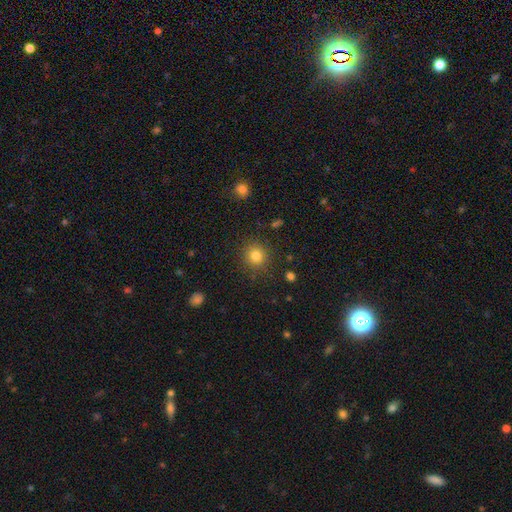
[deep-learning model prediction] smooth-or-featured: smooth: 82% | star or artifact: 12% | featured or disk: 6%
  how-rounded: round: 89% | in between: 10% | cigar-shaped: 1%
  merging: none: 88% | minor disturbance: 7% | major disturbance: 3% | merger: 2%